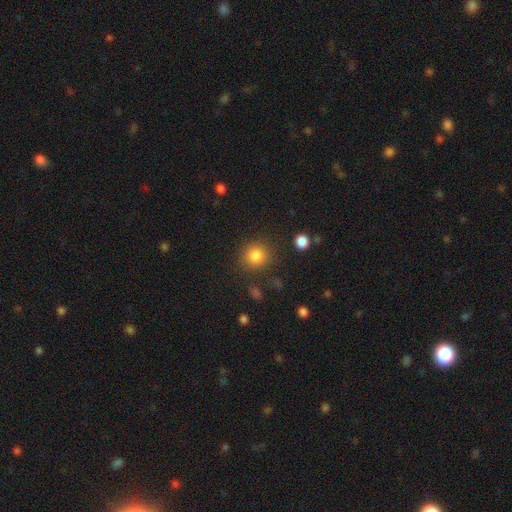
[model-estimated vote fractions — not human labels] Morphology: type=smooth (84%); roundness=round (91%); merging=none (86%).